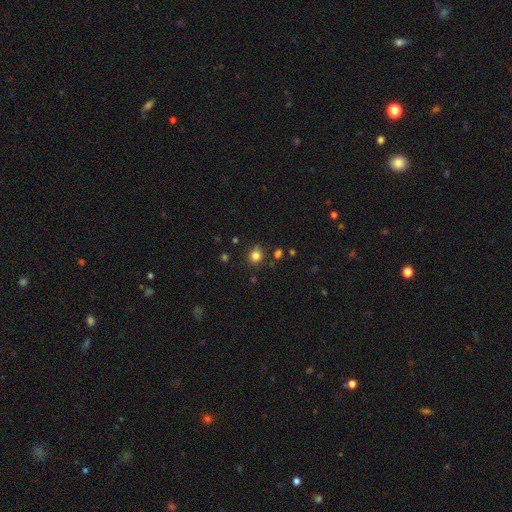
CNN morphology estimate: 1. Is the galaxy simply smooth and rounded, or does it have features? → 80% smooth, 14% star or artifact, 5% featured or disk.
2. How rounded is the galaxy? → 88% round, 11% in between, 1% cigar-shaped.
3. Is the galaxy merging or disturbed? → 80% none, 11% minor disturbance, 5% merger, 3% major disturbance.